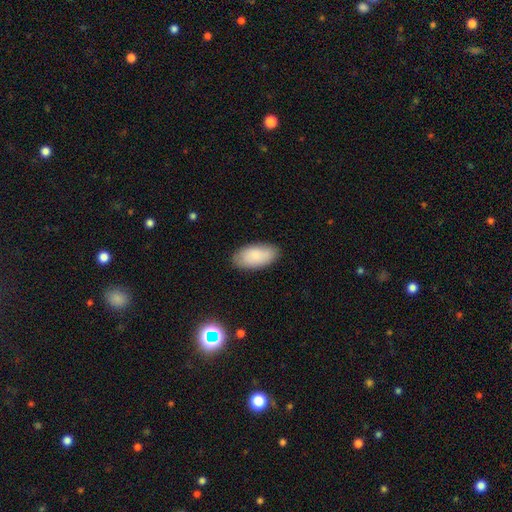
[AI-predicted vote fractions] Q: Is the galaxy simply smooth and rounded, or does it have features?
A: smooth — 86%.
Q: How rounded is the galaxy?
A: in between — 94%.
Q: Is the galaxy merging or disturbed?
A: none — 84%.